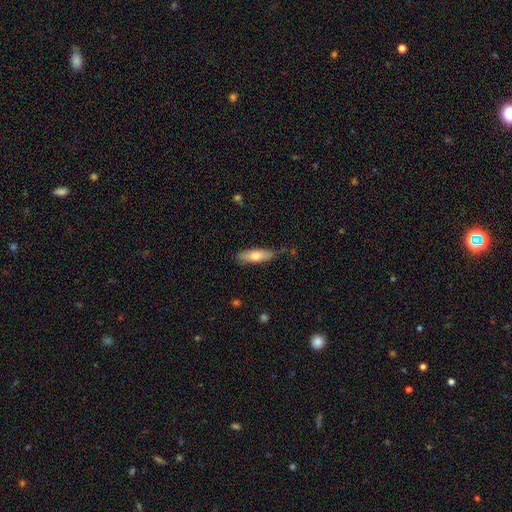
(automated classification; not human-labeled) smooth-or-featured: smooth: 67% | featured or disk: 27% | star or artifact: 6%
  how-rounded: cigar-shaped: 49% (tied) | in between: 49% (tied) | round: 2%
  merging: none: 78% | minor disturbance: 17% | major disturbance: 3% | merger: 2%